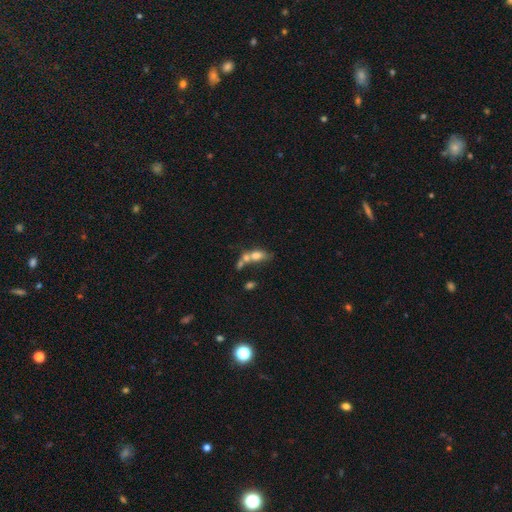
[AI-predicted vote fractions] This is likely a smooth galaxy (66%). How rounded: likely in between (74%). Merging: possibly merger (56%).